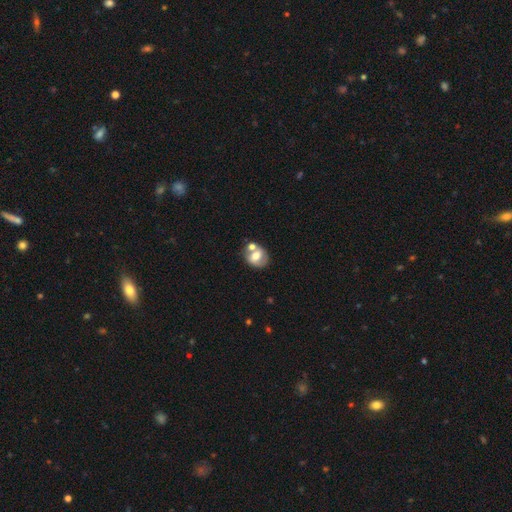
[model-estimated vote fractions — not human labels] smooth 53%, featured or disk 39%, star or artifact 8%. Down the decision tree: how rounded — round (55%); merging — none (45%).